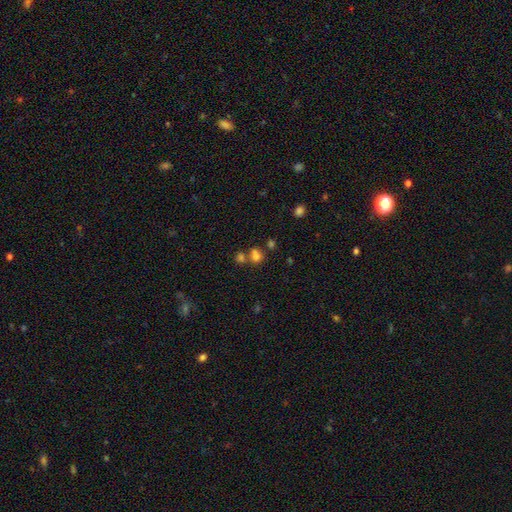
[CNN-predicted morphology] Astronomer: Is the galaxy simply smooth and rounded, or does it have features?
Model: smooth — 71%.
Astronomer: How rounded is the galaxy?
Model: round — 54% (runner-up: in between, 44%).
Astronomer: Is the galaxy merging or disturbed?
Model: none — 44% (runner-up: merger, 40%).